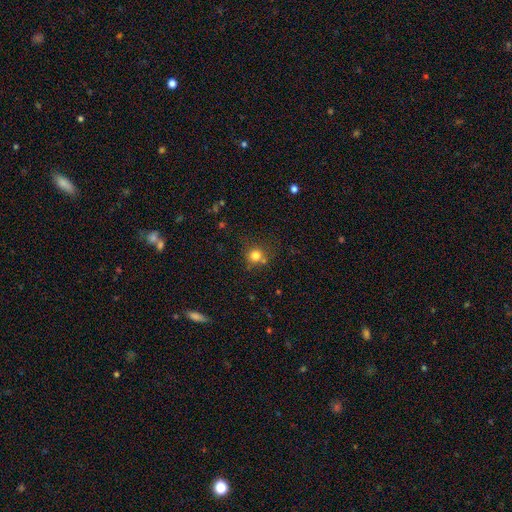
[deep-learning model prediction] A smooth galaxy with no disk features (79%) that is round (90%).

Vote fractions:
- Smooth or featured? smooth: 79% / star or artifact: 14% / featured or disk: 7%
- How rounded? round: 90% / in between: 9% / cigar-shaped: 1%
- Merging? none: 70% / minor disturbance: 14% / merger: 11% / major disturbance: 5%